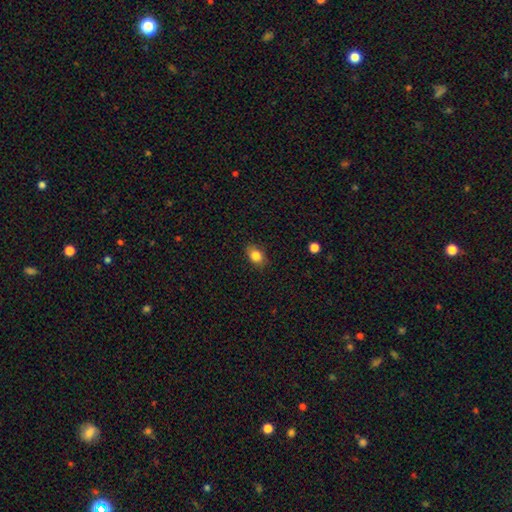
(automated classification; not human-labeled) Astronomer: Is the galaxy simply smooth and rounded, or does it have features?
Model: smooth — 84%.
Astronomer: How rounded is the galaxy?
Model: in between — 69%.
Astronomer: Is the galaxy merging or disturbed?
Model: none — 85%.